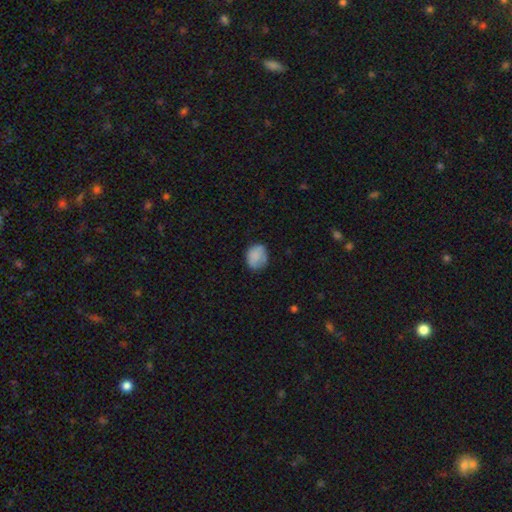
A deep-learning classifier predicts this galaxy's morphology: Overall: smooth (81%). How rounded: round (54%; in between 45%). Merging: none (70%).